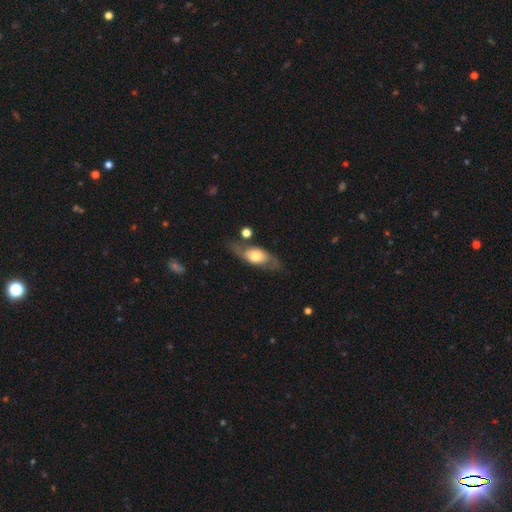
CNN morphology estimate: Smooth or featured? featured or disk (50%)
Merging? none (65%)